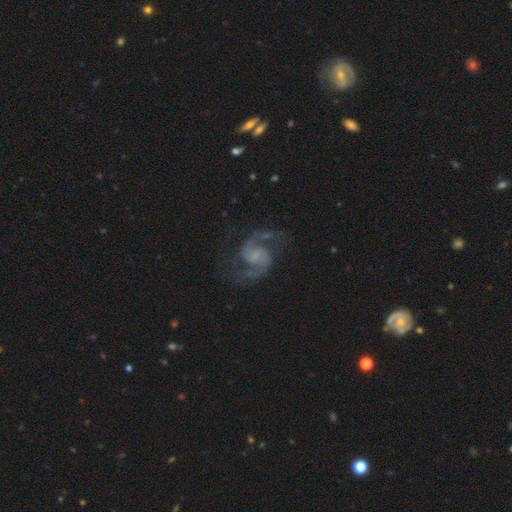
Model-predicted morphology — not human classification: Smooth or featured: featured or disk — 92% (star or artifact — 5%)
Edge-on disk: no — 98% (yes — 2%)
Bar: weak — 47% (no — 40%)
Spiral arms: yes — 98% (no — 2%)
Spiral winding: medium — 63% (loose — 25%)
Spiral arm count: 2 — 94% (can't tell — 2%)
Bulge size: none — 44% (small — 35%)
Merging: none — 78% (minor disturbance — 13%)